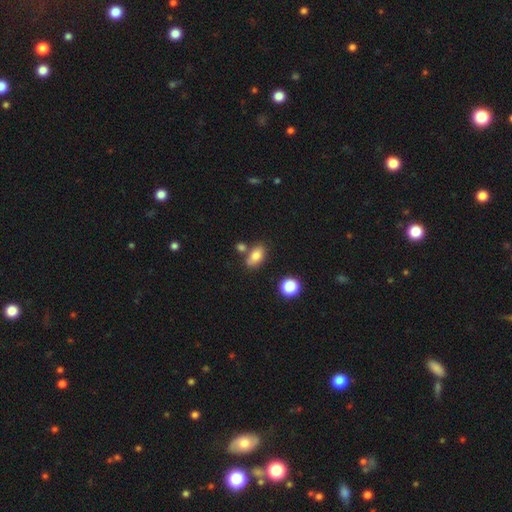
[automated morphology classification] A smooth galaxy with no disk features (80%) that is in between round and cigar-shaped (86%).

Vote fractions:
- Smooth or featured? smooth: 80% / featured or disk: 10% / star or artifact: 10%
- How rounded? in between: 86% / round: 10% / cigar-shaped: 3%
- Merging? none: 65% / minor disturbance: 16% / merger: 15% / major disturbance: 4%